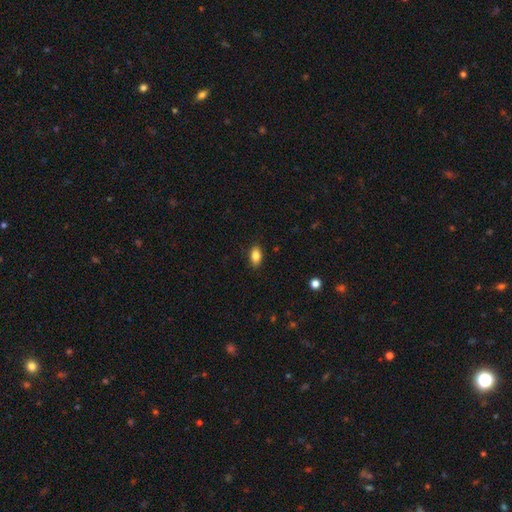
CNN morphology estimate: This appears to be a smooth galaxy with no disk features (85%) that is in between round and cigar-shaped (89%). Merging: none (87%).